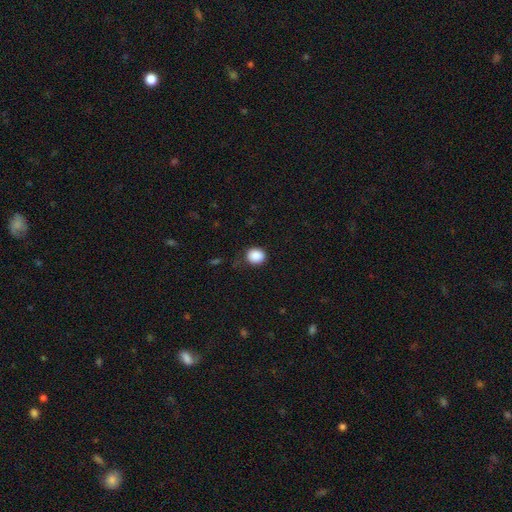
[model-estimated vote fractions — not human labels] smooth_or_featured: smooth (p=0.89) [alt: star or artifact p=0.09]
how_rounded: round (p=0.80) [alt: in between p=0.19]
merging: none (p=0.81) [alt: minor disturbance p=0.13]